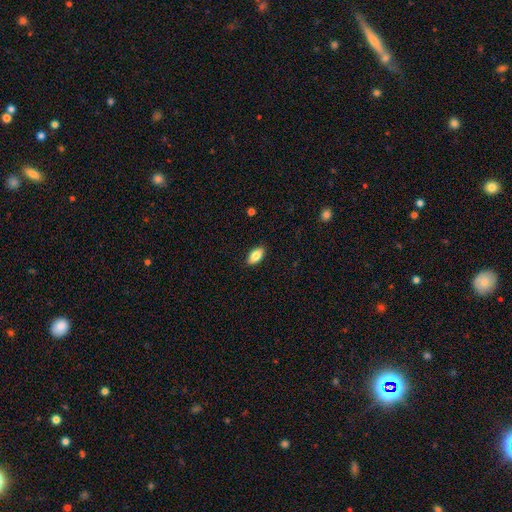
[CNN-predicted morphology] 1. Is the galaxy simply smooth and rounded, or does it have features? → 84% smooth, 10% featured or disk, 7% star or artifact.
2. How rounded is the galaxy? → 92% in between, 5% cigar-shaped, 3% round.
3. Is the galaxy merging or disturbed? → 89% none, 8% minor disturbance, 2% major disturbance, 1% merger.